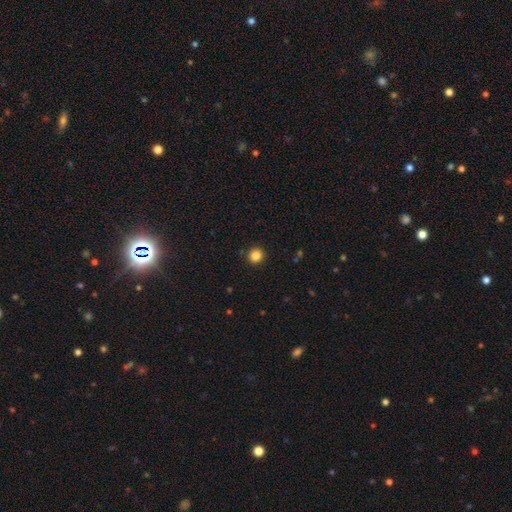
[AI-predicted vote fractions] Smooth or featured? smooth (84%)
How rounded? round (93%)
Merging? none (91%)